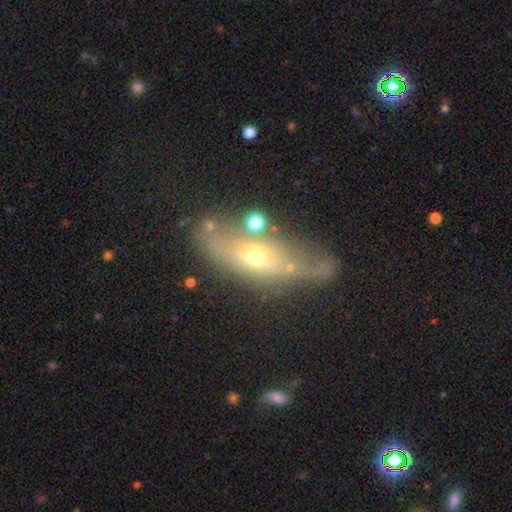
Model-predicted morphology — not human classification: The model was most divided on "smooth or featured": featured or disk: 44%, smooth: 42%, star or artifact: 14%. Remaining: merging — none (44%).